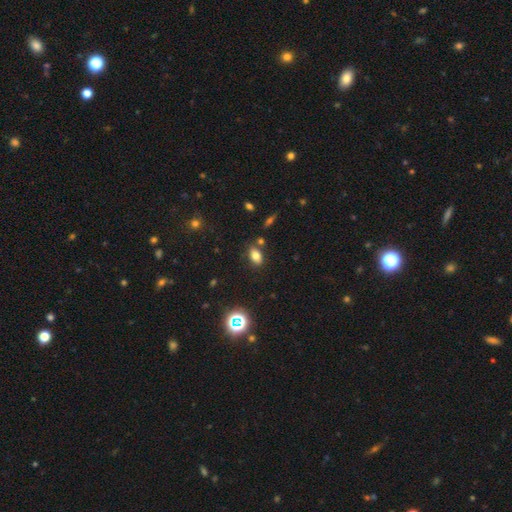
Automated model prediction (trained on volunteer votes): Overall: smooth (76%). How rounded: in between (85%). Merging: none (77%).